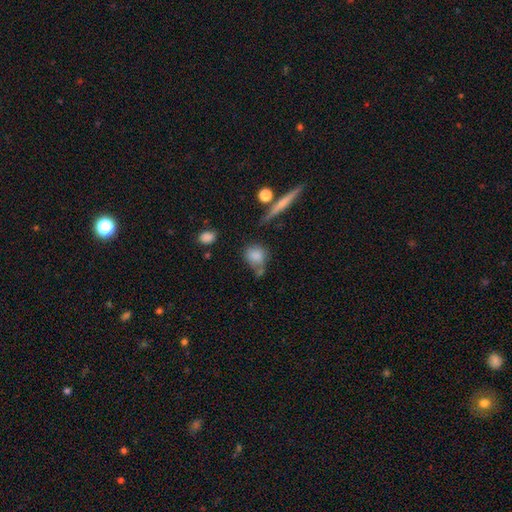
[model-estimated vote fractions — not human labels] A smooth galaxy with no disk features (79%) that is round (54%).

Vote fractions:
- Smooth or featured? smooth: 79% / featured or disk: 11% / star or artifact: 10%
- How rounded? round: 54% / in between: 42% / cigar-shaped: 4%
- Merging? none: 46% / minor disturbance: 25% / merger: 18% / major disturbance: 11%